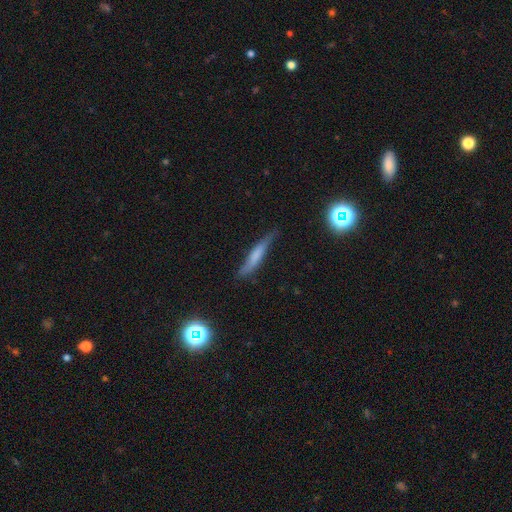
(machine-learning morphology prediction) This is possibly a smooth galaxy (53%). How rounded: clearly cigar-shaped (89%). Merging: likely none (65%).